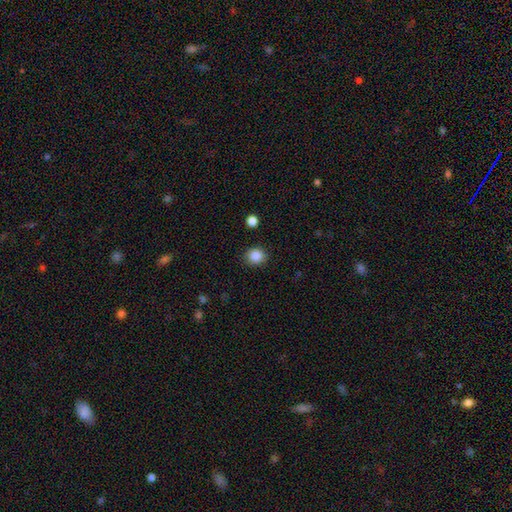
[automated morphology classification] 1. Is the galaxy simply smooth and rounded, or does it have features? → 87% smooth, 10% star or artifact, 4% featured or disk.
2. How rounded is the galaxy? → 81% round, 18% in between, 1% cigar-shaped.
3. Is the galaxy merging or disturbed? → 89% none, 7% minor disturbance, 2% major disturbance, 2% merger.